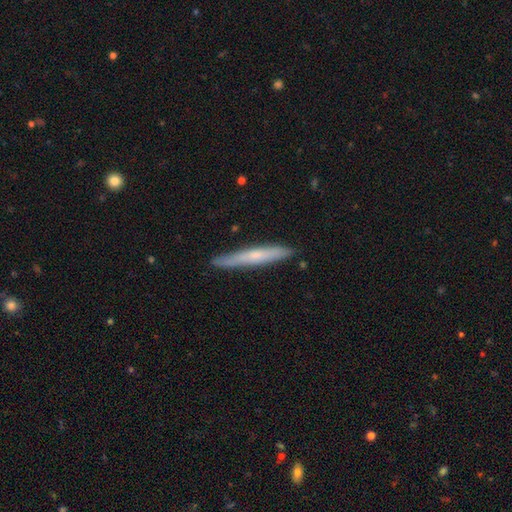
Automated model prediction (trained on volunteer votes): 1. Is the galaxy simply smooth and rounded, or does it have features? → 53% smooth, 42% featured or disk, 6% star or artifact.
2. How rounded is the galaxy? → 95% cigar-shaped, 3% in between, 1% round.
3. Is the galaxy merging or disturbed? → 87% none, 11% minor disturbance, 2% major disturbance, 1% merger.